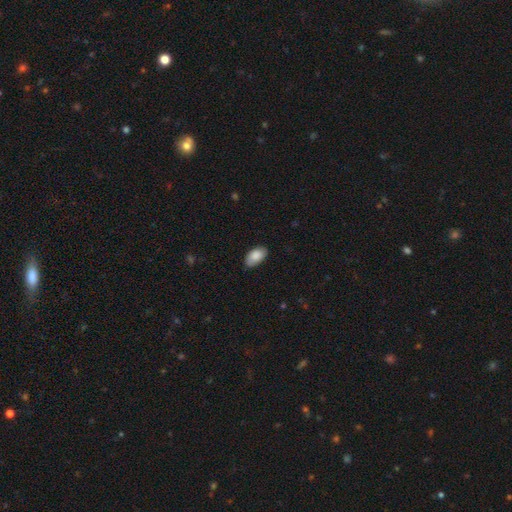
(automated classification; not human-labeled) smooth-or-featured: smooth: 85% | featured or disk: 9% | star or artifact: 6%
  how-rounded: in between: 95% | round: 4% | cigar-shaped: 1%
  merging: none: 79% | minor disturbance: 17% | major disturbance: 3% | merger: 1%